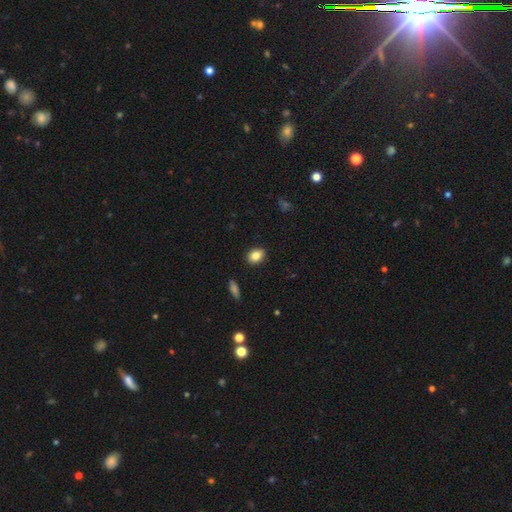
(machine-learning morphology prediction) type=smooth (85%); roundness=in between (69%); merging=none (90%).